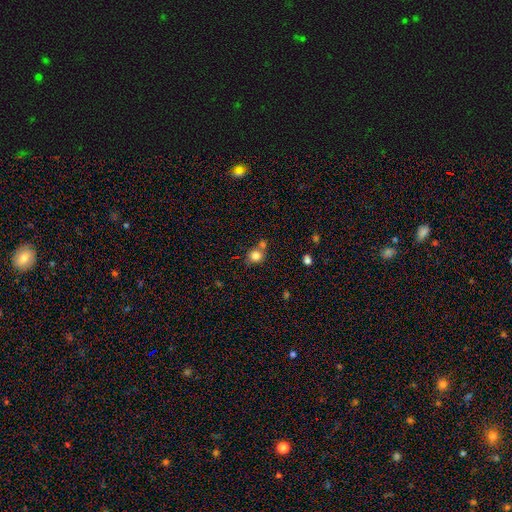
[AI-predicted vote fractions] Q: Smooth or featured?
A: smooth (81%); runner-up: star or artifact (11%)
Q: How rounded?
A: round (86%); runner-up: in between (13%)
Q: Merging?
A: none (60%); runner-up: merger (25%)